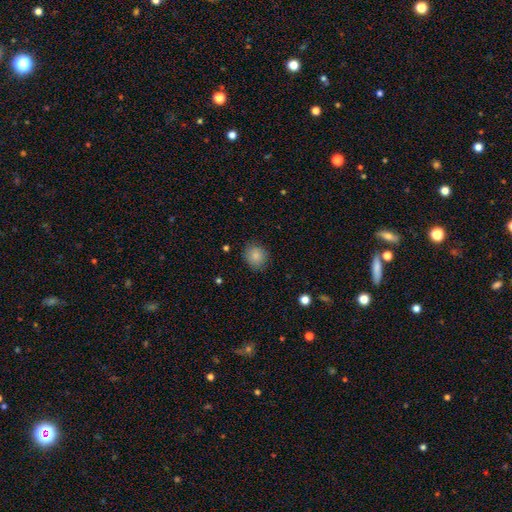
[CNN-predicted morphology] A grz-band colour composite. It shows a smooth galaxy with no disk features (85%) that is round (81%). Merging: none (85%).